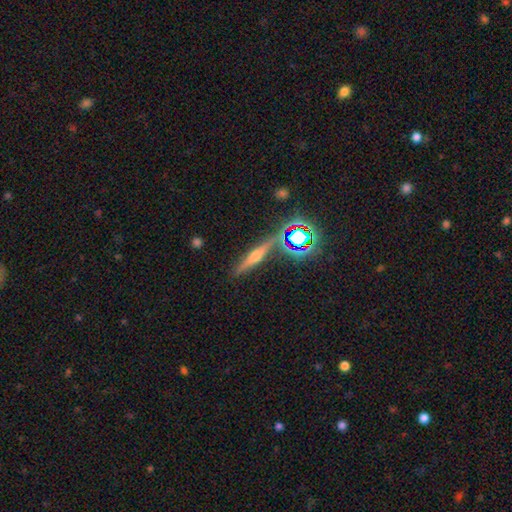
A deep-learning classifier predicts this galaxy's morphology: Smooth or featured?
  - featured or disk: 53% *
  - smooth: 26%
  - star or artifact: 21%
Edge-on disk?
  - yes: 93% *
  - no: 7%
Merging?
  - none: 82% *
  - minor disturbance: 9%
  - merger: 6%
  - major disturbance: 3%